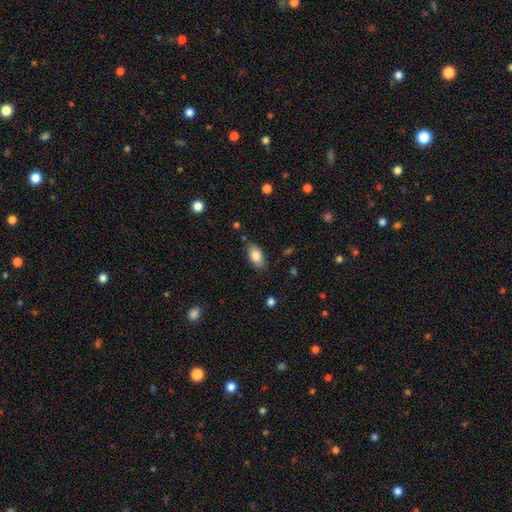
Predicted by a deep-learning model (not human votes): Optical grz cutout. It shows a smooth galaxy with no disk features (83%) that is in between round and cigar-shaped (91%). Merging: none (82%).